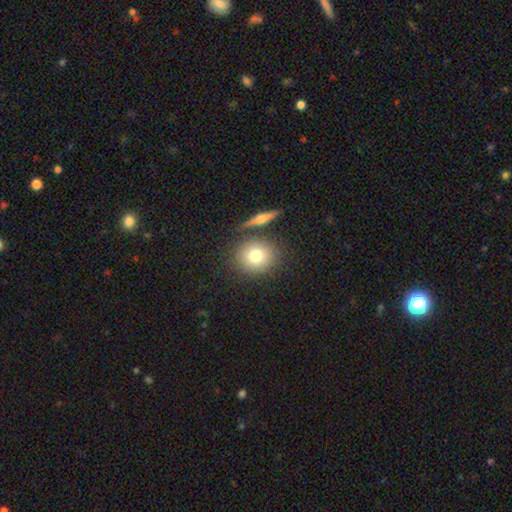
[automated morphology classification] Overall: smooth (76%). How rounded: round (78%). Merging: none (76%).